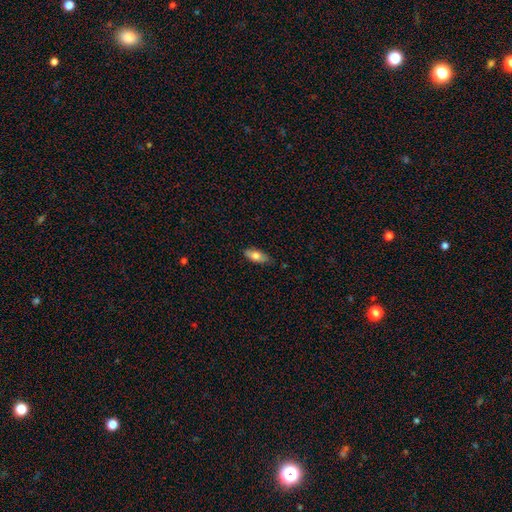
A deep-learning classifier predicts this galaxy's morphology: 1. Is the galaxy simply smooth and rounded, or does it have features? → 75% smooth, 19% featured or disk, 7% star or artifact.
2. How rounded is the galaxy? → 82% in between, 16% cigar-shaped, 3% round.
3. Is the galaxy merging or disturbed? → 81% none, 15% minor disturbance, 2% major disturbance, 1% merger.